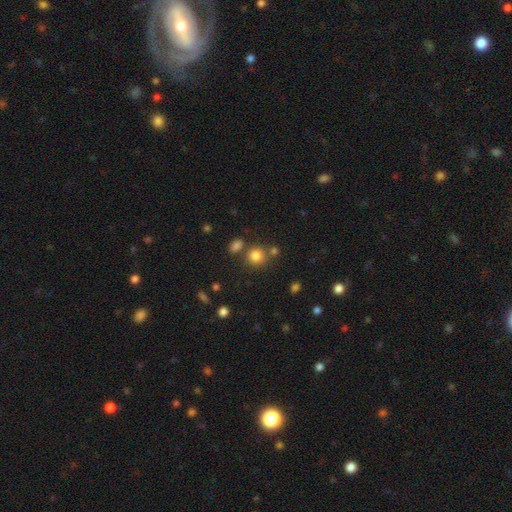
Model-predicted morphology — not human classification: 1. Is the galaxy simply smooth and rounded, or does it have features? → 80% smooth, 13% star or artifact, 7% featured or disk.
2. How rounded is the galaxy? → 86% round, 13% in between, 1% cigar-shaped.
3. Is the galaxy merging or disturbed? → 70% none, 16% merger, 10% minor disturbance, 4% major disturbance.